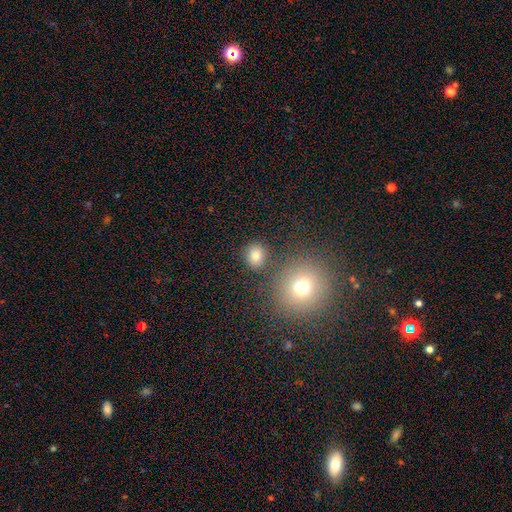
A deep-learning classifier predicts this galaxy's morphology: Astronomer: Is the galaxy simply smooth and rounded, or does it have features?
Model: smooth — 79%.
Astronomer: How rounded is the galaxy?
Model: round — 72%.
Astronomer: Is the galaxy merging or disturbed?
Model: none — 80%.